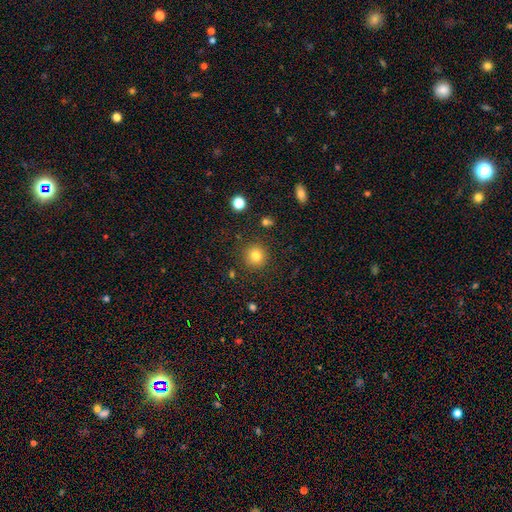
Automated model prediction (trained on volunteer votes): The model was most divided on "smooth or featured": smooth: 81%, star or artifact: 12%, featured or disk: 7%. More confident: how rounded — round (93%); merging — none (89%).